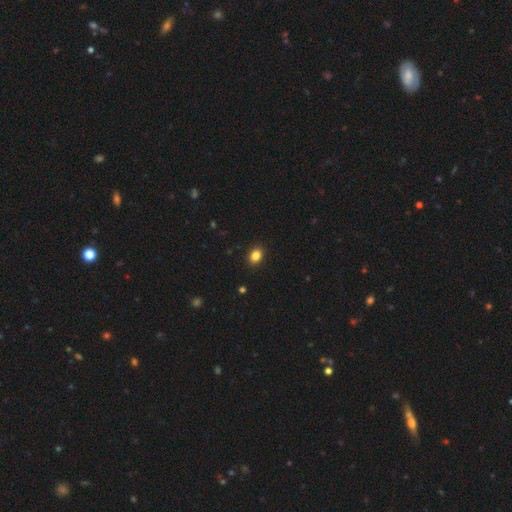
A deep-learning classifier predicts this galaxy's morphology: Smooth or featured?
  - smooth: 85% *
  - star or artifact: 10%
  - featured or disk: 5%
How rounded?
  - in between: 66% *
  - round: 33%
  - cigar-shaped: 1%
Merging?
  - none: 90% *
  - minor disturbance: 7%
  - major disturbance: 2%
  - merger: 1%